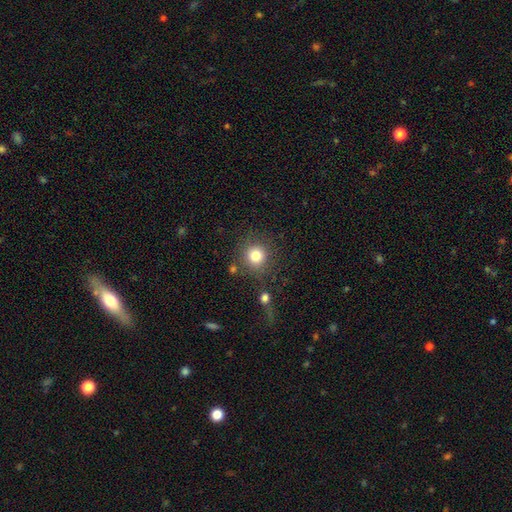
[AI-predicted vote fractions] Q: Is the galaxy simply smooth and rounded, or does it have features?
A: smooth — 81%.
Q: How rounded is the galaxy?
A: round — 91%.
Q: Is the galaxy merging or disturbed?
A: none — 79%.